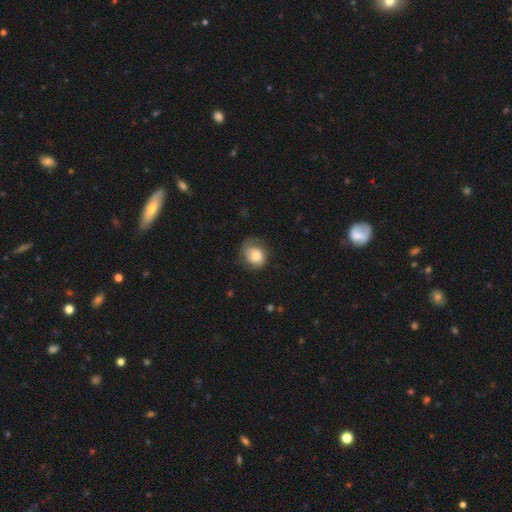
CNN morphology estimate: Smooth or featured?
  - smooth: 72% *
  - featured or disk: 20%
  - star or artifact: 7%
How rounded?
  - round: 59% *
  - in between: 40%
  - cigar-shaped: 1%
Merging?
  - none: 50% *
  - minor disturbance: 30%
  - major disturbance: 19%
  - merger: 1%